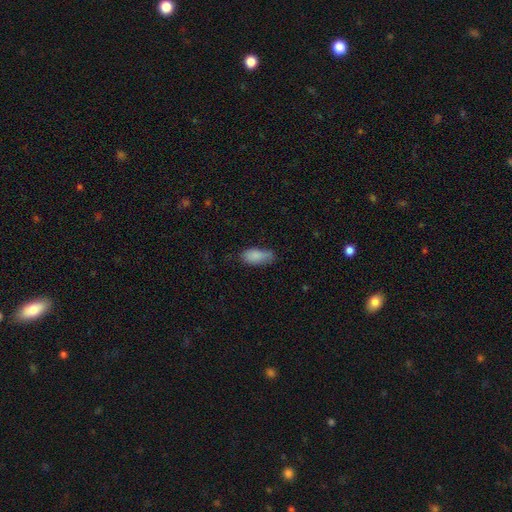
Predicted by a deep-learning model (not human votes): Q: Smooth or featured?
A: smooth (84%); runner-up: featured or disk (8%)
Q: How rounded?
A: in between (88%); runner-up: cigar-shaped (10%)
Q: Merging?
A: none (56%); runner-up: minor disturbance (33%)